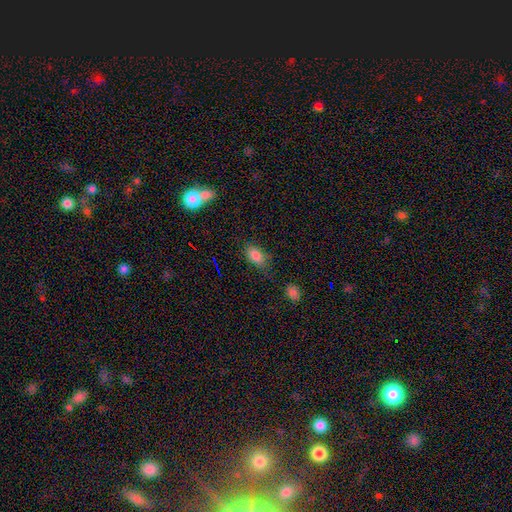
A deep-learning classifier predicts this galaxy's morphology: Smooth or featured: smooth — 82% (star or artifact — 11%)
How rounded: in between — 88% (round — 9%)
Merging: none — 73% (minor disturbance — 18%)